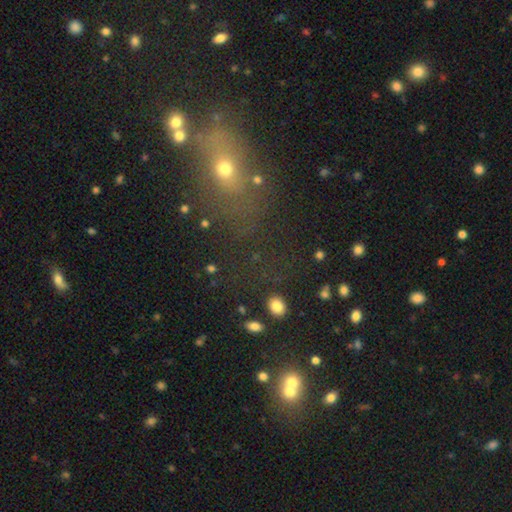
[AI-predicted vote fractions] The model was most divided on "smooth or featured": smooth: 46%, star or artifact: 38%, featured or disk: 16%. More confident: merging — none (64%).